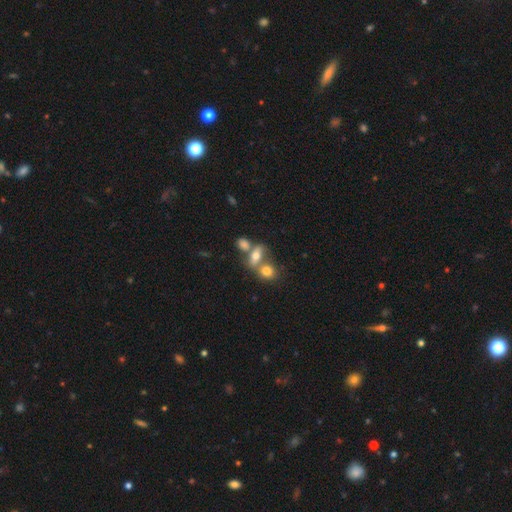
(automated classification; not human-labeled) Morphology: type=smooth (64%); roundness=in between (64%); merging=merger (49%).